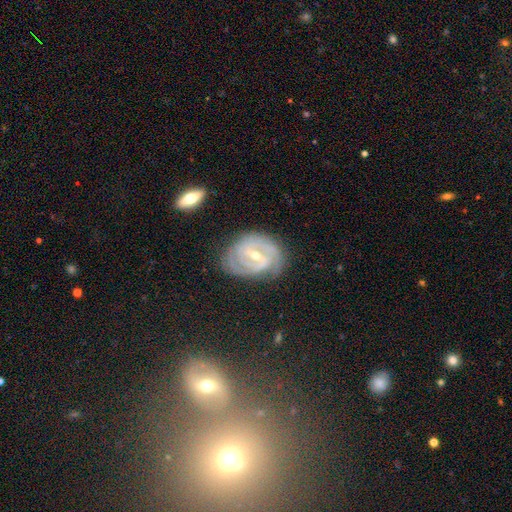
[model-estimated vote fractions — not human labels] Smooth or featured? featured or disk (86%)
Edge-on disk? no (97%)
Bar? weak (49%)
Spiral arms? yes (96%)
Spiral winding? tight (69%)
Spiral arm count? 2 (53%)
Bulge size? small (54%)
Merging? none (74%)